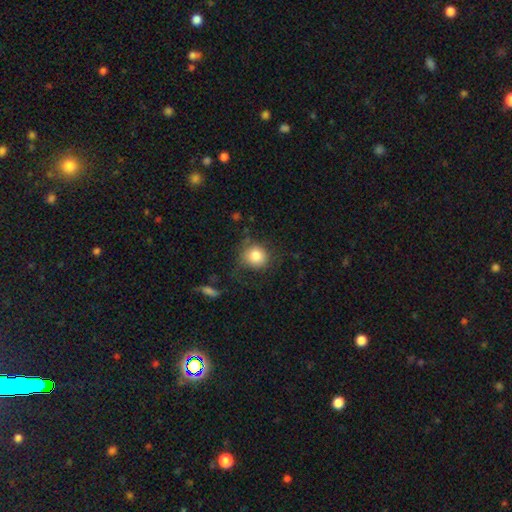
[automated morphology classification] smooth-or-featured: smooth: 82% | star or artifact: 9% | featured or disk: 8%
  how-rounded: round: 86% | in between: 13% | cigar-shaped: 1%
  merging: none: 67% | minor disturbance: 20% | major disturbance: 11% | merger: 2%